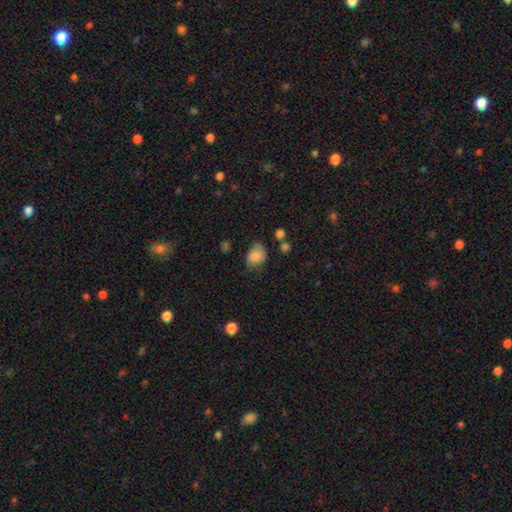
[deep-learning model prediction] This appears to be a smooth galaxy with no disk features (83%) that is in between round and cigar-shaped (71%). Merging: none (55%).